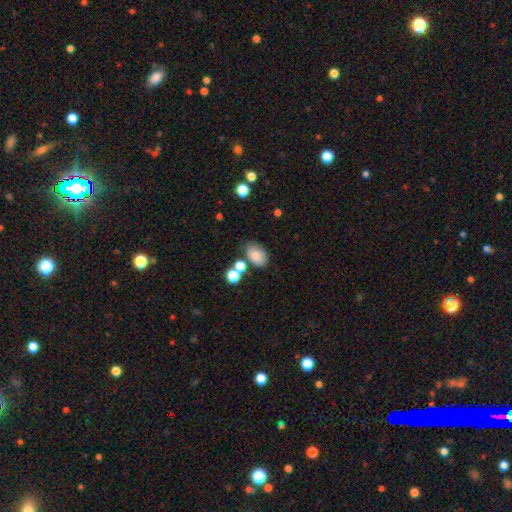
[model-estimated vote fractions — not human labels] Smooth or featured? Predicted: smooth (p=0.80). How rounded? Predicted: in between (p=0.85). Merging? Predicted: none (p=0.64).